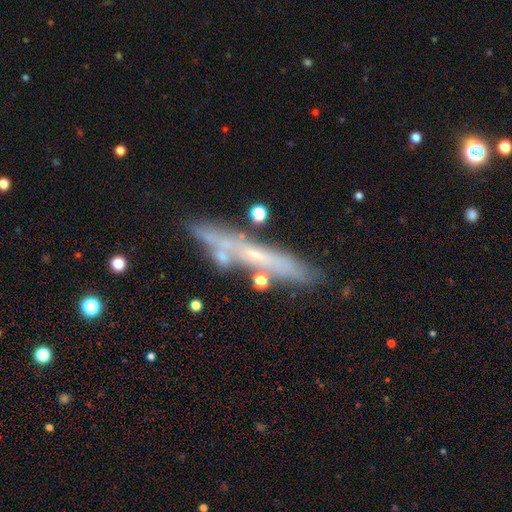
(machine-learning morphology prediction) smooth-or-featured: featured or disk: 58% | smooth: 33% | star or artifact: 9%
  disk-edge-on: yes: 80% | no: 20%
  merging: none: 71% | minor disturbance: 17% | merger: 7% | major disturbance: 5%